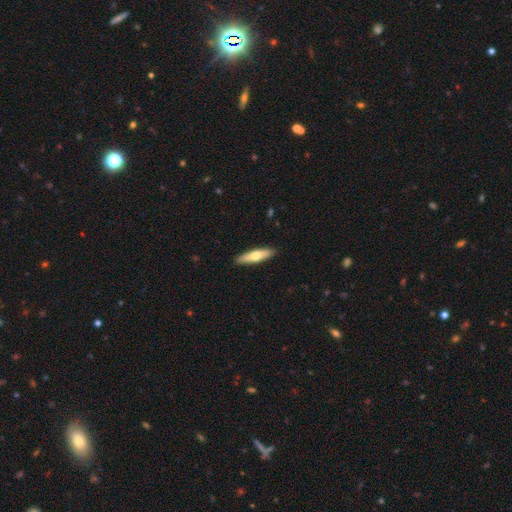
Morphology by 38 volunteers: Smooth or featured?
  - smooth: 68% *
  - featured or disk: 26%
  - star or artifact: 5%
How rounded?
  - cigar-shaped: 73% *
  - in between: 23%
  - round: 4%
Merging?
  - none: 83% *
  - minor disturbance: 8%
  - merger: 6%
  - major disturbance: 3%